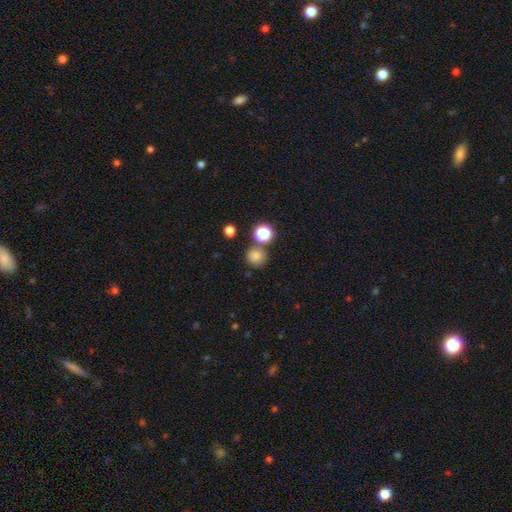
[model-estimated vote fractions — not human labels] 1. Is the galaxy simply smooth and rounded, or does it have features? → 79% smooth, 15% star or artifact, 6% featured or disk.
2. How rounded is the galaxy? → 91% round, 8% in between, 1% cigar-shaped.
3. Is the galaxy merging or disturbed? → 71% none, 16% merger, 10% minor disturbance, 3% major disturbance.